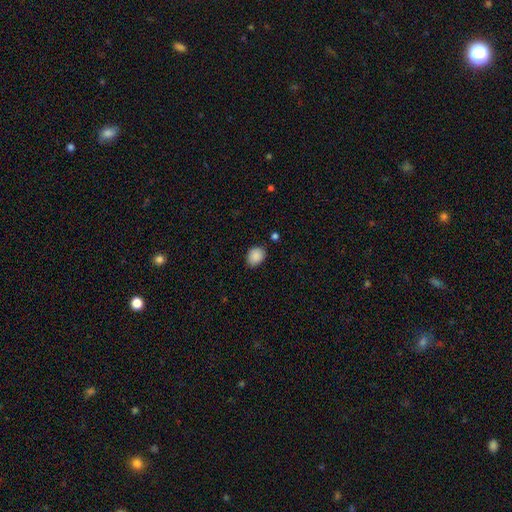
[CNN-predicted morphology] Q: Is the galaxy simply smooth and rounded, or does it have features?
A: smooth — 88%.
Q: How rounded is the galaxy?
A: in between — 52%.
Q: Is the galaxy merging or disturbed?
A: none — 81%.